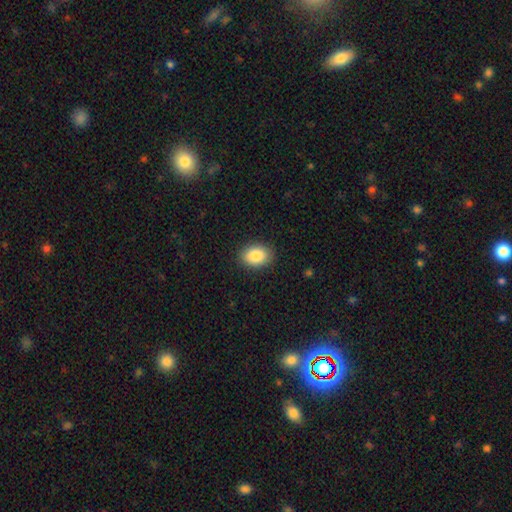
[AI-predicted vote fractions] A smooth galaxy with no disk features (88%) that is in between round and cigar-shaped (78%). Merging: none (89%).